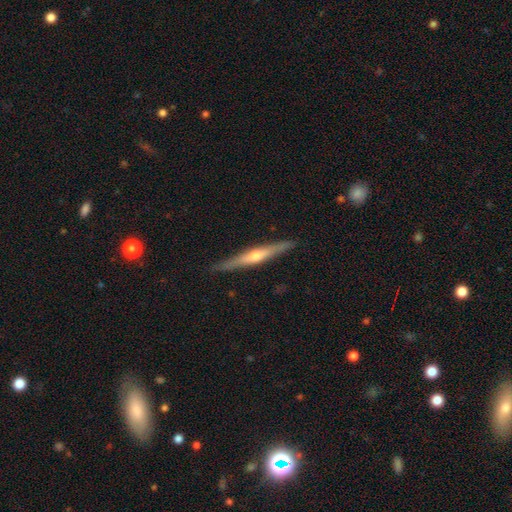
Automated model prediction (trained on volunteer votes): smooth-or-featured: featured or disk: 67% | smooth: 28% | star or artifact: 5%
  disk-edge-on: yes: 97% | no: 3%
    edge-on-bulge: rounded: 80% | none: 14% | boxy: 5%
  merging: none: 89% | minor disturbance: 8% | major disturbance: 1% | merger: 1%